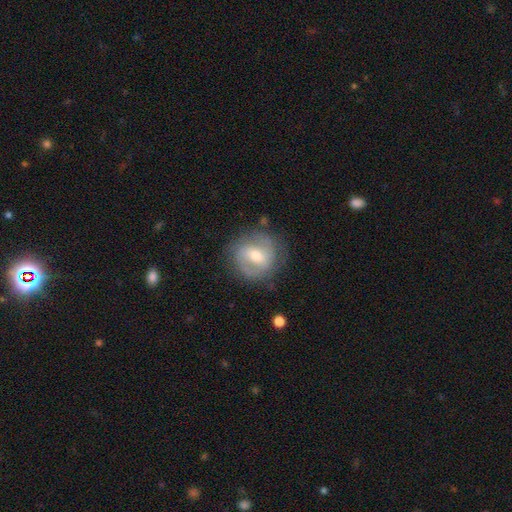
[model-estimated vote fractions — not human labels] Overall: featured or disk (63%; smooth 30%). Edge-on disk: no (96%). Bar: weak (50%; strong 27%). Spiral arms: yes (73%). Bulge size: moderate (64%; small 30%). Merging: none (75%).